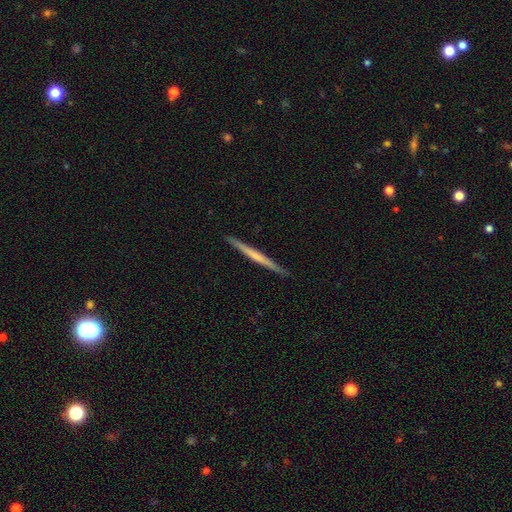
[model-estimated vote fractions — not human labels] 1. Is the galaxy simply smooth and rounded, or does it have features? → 56% featured or disk, 39% smooth, 5% star or artifact.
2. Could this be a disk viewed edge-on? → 98% yes, 2% no.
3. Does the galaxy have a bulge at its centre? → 76% none, 17% rounded, 7% boxy.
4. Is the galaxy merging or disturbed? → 92% none, 5% minor disturbance, 1% major disturbance, 1% merger.